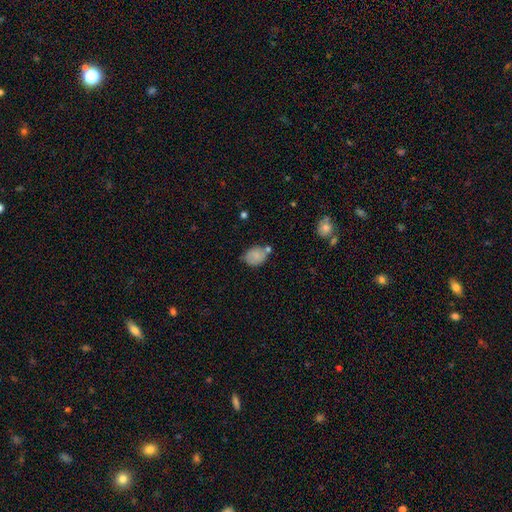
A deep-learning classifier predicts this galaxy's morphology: Smooth or featured: smooth — 80% (featured or disk — 11%)
How rounded: in between — 60% (round — 39%)
Merging: none — 55% (minor disturbance — 24%)